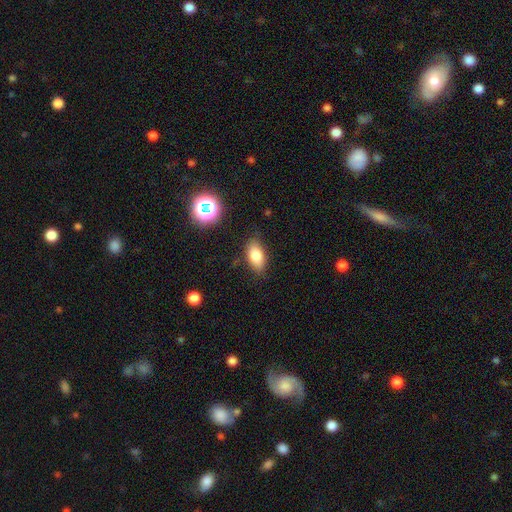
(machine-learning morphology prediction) smooth-or-featured: smooth: 81% | star or artifact: 10% | featured or disk: 9%
  how-rounded: in between: 90% | round: 6% | cigar-shaped: 4%
  merging: none: 83% | minor disturbance: 13% | major disturbance: 3% | merger: 2%